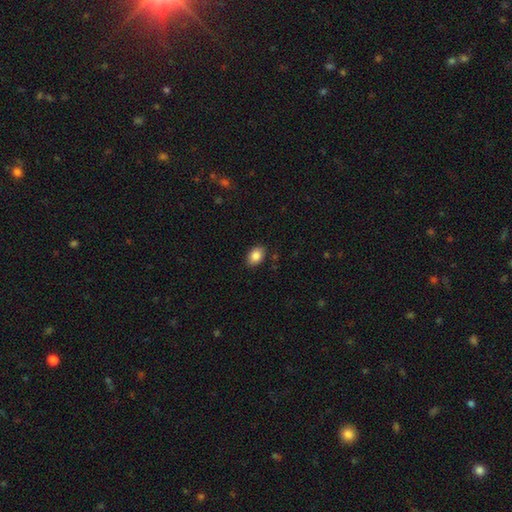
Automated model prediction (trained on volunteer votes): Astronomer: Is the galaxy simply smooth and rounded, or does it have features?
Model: smooth — 87%.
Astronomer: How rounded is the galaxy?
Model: in between — 83%.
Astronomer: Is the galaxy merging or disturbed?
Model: none — 86%.